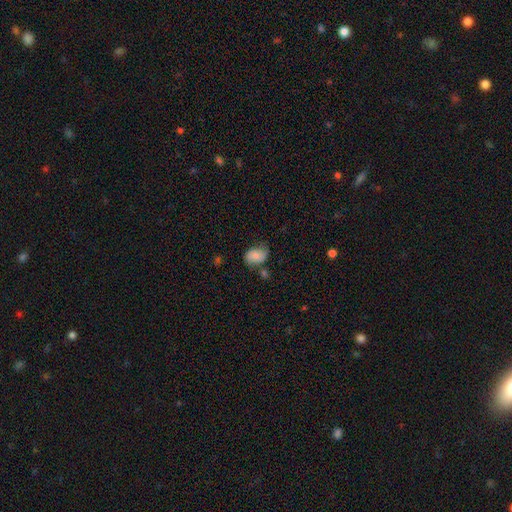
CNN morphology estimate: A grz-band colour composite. It shows a smooth galaxy with no disk features (70%) that is in between round and cigar-shaped (74%). Merging: none (58%).